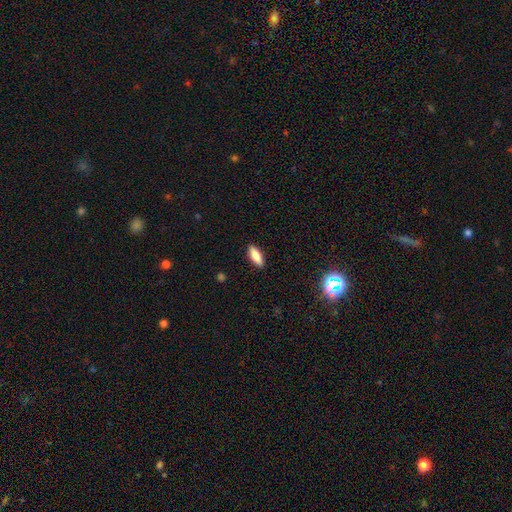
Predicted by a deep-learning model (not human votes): The model was most divided on "how rounded": in between: 69%, cigar-shaped: 29%, round: 2%. More confident: merging — none (90%); smooth or featured — smooth (77%).